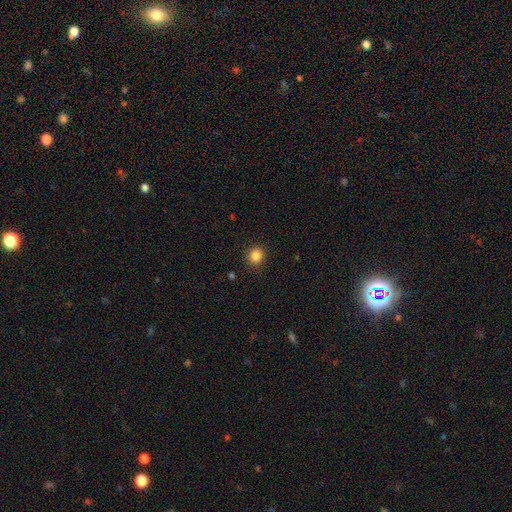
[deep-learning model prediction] Overall: smooth (85%). How rounded: round (88%). Merging: none (89%).